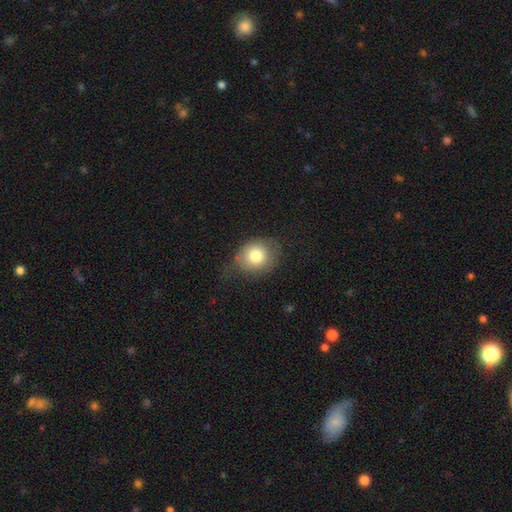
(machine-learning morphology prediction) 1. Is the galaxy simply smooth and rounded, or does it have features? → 79% smooth, 13% featured or disk, 8% star or artifact.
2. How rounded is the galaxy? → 64% round, 35% in between, 1% cigar-shaped.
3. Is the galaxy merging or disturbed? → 58% none, 29% minor disturbance, 12% major disturbance, 2% merger.